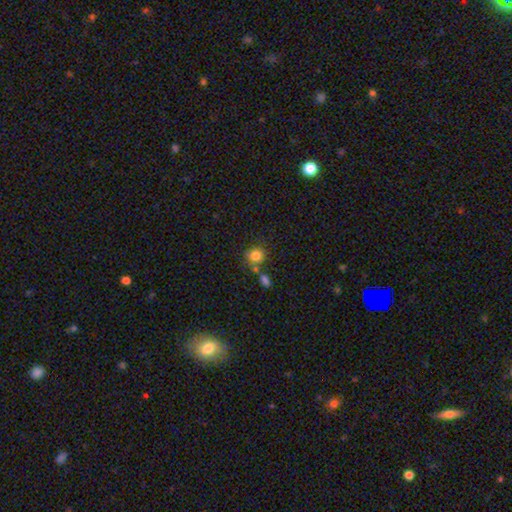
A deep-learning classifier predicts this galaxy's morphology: smooth-or-featured: smooth: 82% | star or artifact: 10% | featured or disk: 8%
  how-rounded: round: 76% | in between: 23% | cigar-shaped: 1%
  merging: none: 61% | merger: 19% | minor disturbance: 15% | major disturbance: 5%